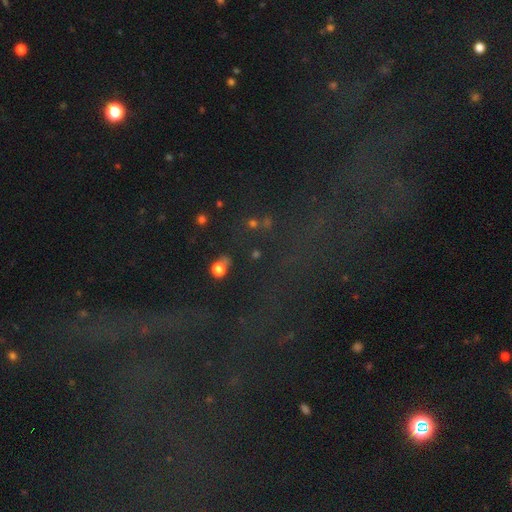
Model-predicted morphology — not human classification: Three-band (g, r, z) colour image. It shows a star or artifact, not a galaxy (76%).